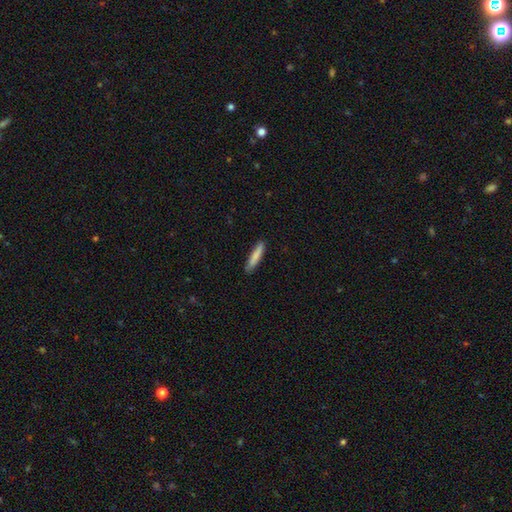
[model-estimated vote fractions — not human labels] Smooth or featured? smooth (83%)
How rounded? cigar-shaped (89%)
Merging? none (87%)